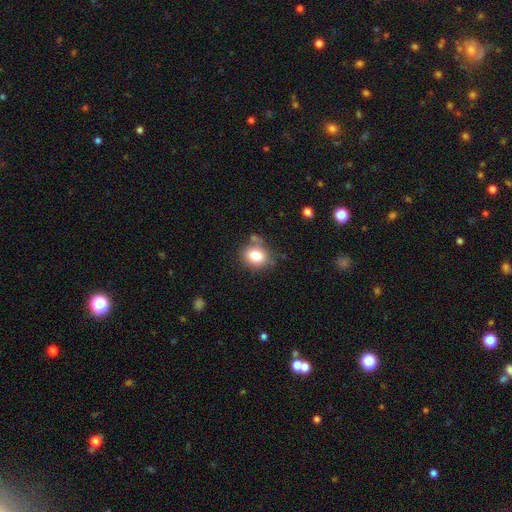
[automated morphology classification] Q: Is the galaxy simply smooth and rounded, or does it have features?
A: smooth — 81%.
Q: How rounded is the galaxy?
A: round — 54%.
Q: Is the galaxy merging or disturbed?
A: none — 63%.